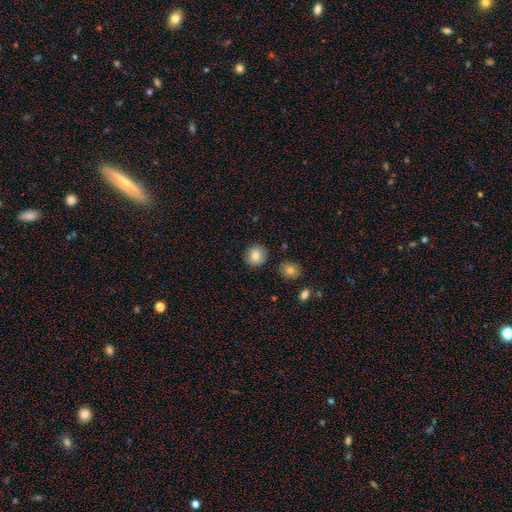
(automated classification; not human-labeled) Morphology: type=smooth (82%); roundness=round (91%); merging=none (88%).